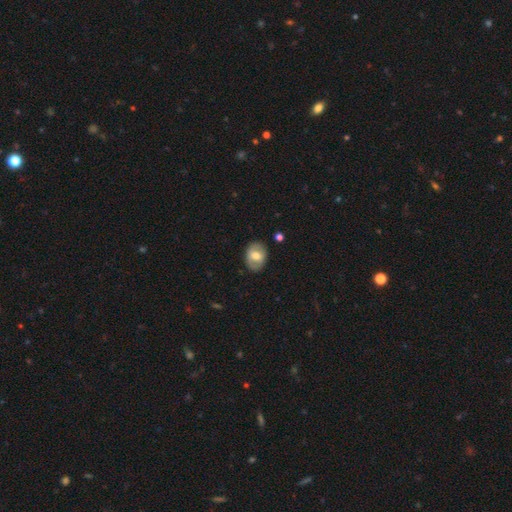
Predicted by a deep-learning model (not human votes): Smooth or featured? Predicted: smooth (p=0.62). How rounded? Predicted: in between (p=0.70). Merging? Predicted: none (p=0.83).